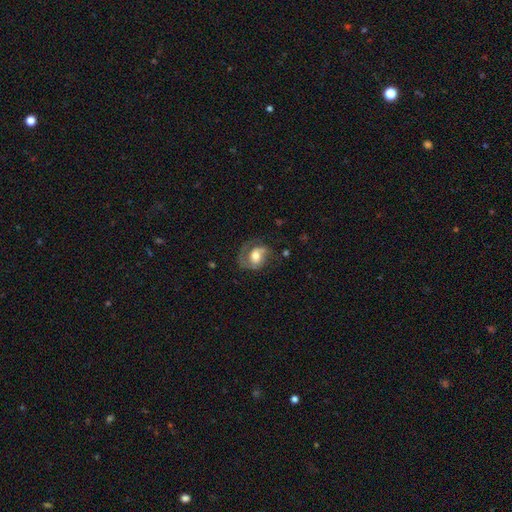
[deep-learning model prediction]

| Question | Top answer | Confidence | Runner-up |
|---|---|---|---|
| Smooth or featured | featured or disk | 62% | smooth (31%) |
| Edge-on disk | no | 96% | yes (4%) |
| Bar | no | 52% | weak (34%) |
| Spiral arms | yes | 83% | no (17%) |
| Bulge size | moderate | 60% | large (26%) |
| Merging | none | 51% | major disturbance (24%) |